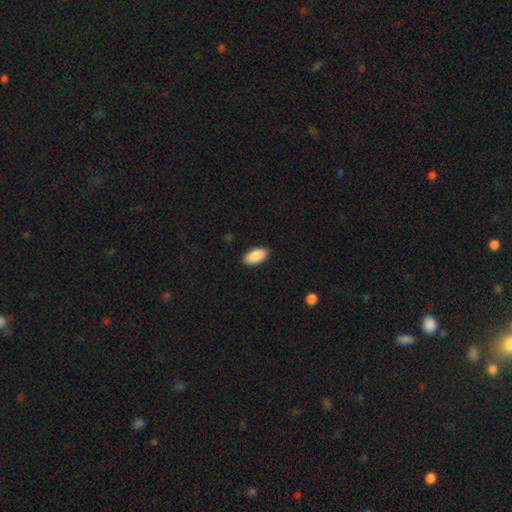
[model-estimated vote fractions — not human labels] A smooth galaxy with no disk features (90%) that is in between round and cigar-shaped (95%). Merging: none (89%).